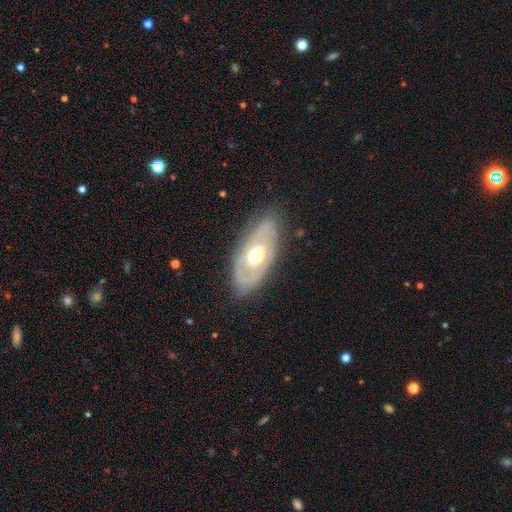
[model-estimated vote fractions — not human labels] This is likely a featured or disk galaxy (69%). It is clearly not viewed edge-on (85%). Bar: clearly no (82%). Spiral arm pattern: likely no (65%). Central bulge: likely moderate (71%). Merging: likely none (78%).